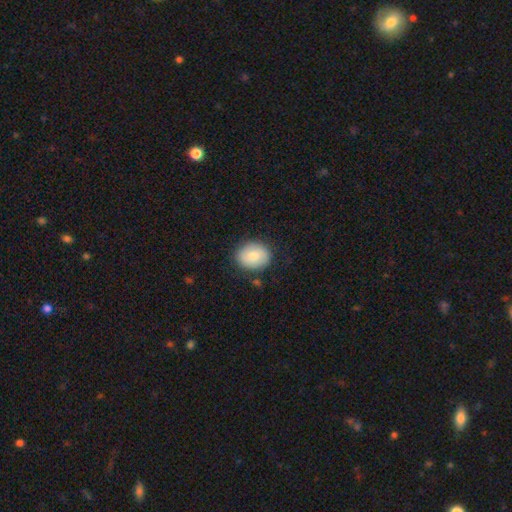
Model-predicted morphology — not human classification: This appears to be a smooth galaxy with no disk features (76%) that is round (55%). Merging: none (82%).